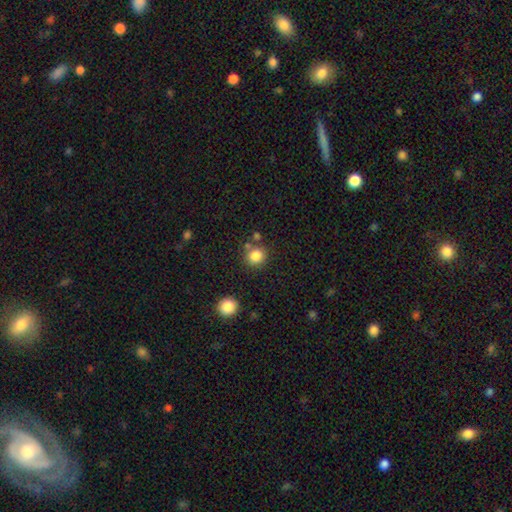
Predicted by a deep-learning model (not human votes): smooth-or-featured: smooth: 83% | star or artifact: 11% | featured or disk: 5%
  how-rounded: round: 86% | in between: 13% | cigar-shaped: 1%
  merging: none: 73% | merger: 12% | minor disturbance: 10% | major disturbance: 4%